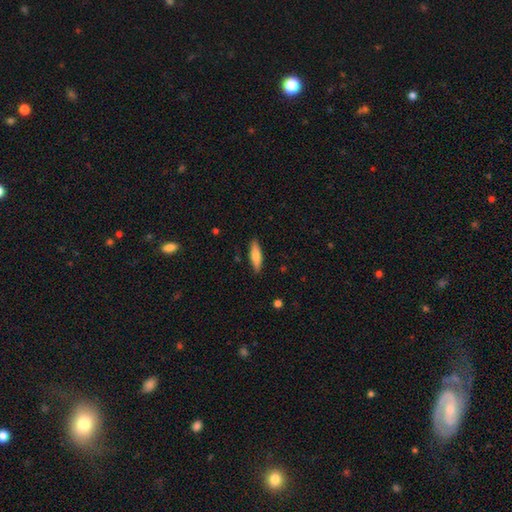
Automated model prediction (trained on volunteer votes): The model was most divided on "how rounded": cigar-shaped: 63%, in between: 35%, round: 2%. More confident: merging — none (88%); smooth or featured — smooth (71%).